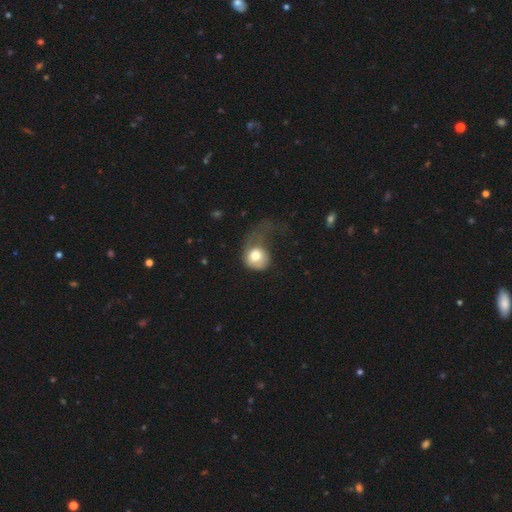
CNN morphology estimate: Smooth or featured? smooth (68%)
How rounded? round (68%)
Merging? major disturbance (64%)